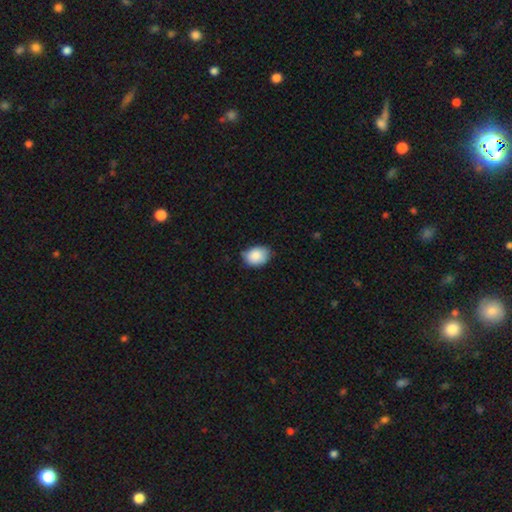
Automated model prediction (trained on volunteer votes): A smooth galaxy with no disk features (87%) that is in between round and cigar-shaped (65%).

Vote fractions:
- Smooth or featured? smooth: 87% / star or artifact: 7% / featured or disk: 6%
- How rounded? in between: 65% / round: 34% / cigar-shaped: 1%
- Merging? none: 66% / minor disturbance: 29% / major disturbance: 4% / merger: 1%